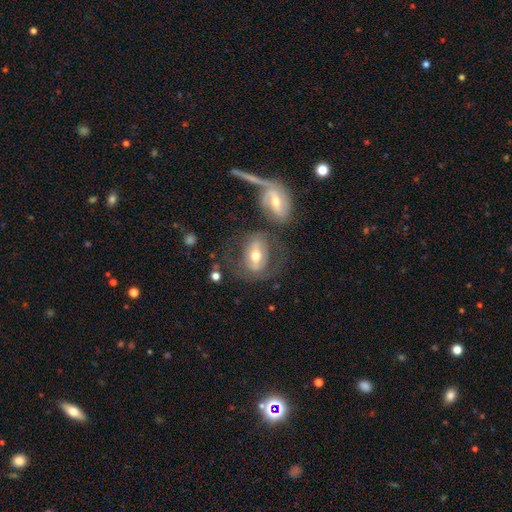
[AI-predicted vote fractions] This is possibly a featured or disk galaxy (58%). It is clearly not viewed edge-on (91%). Bar: marginally strong (43%). Spiral arm pattern: possibly yes (53%). Central bulge: likely moderate (75%). Merging: possibly none (49%).